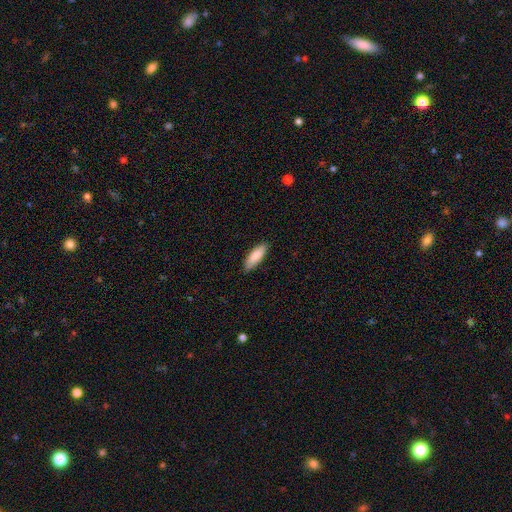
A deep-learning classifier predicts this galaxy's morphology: This is clearly a smooth galaxy (86%). How rounded: possibly in between (56%). Merging: clearly none (86%).